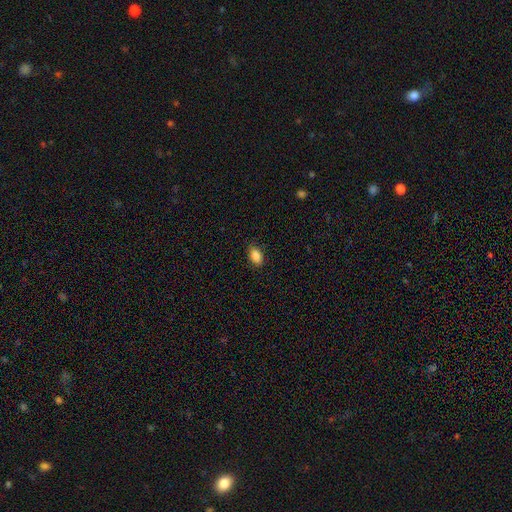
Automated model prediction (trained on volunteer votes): Q: Smooth or featured?
A: smooth (87%); runner-up: star or artifact (8%)
Q: How rounded?
A: in between (88%); runner-up: round (10%)
Q: Merging?
A: none (87%); runner-up: minor disturbance (10%)